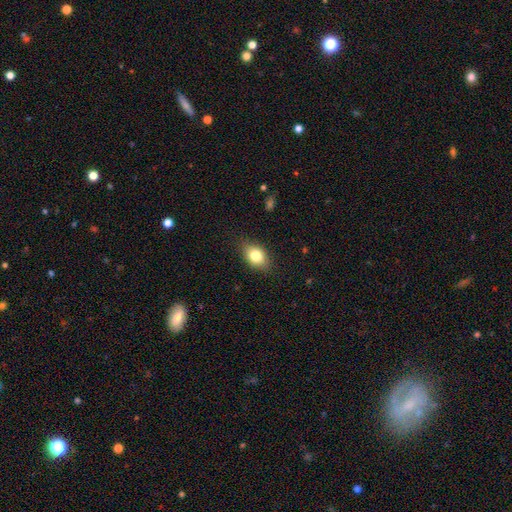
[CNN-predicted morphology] The model was most divided on "how rounded": in between: 76%, round: 22%, cigar-shaped: 2%. More confident: merging — none (84%); smooth or featured — smooth (80%).